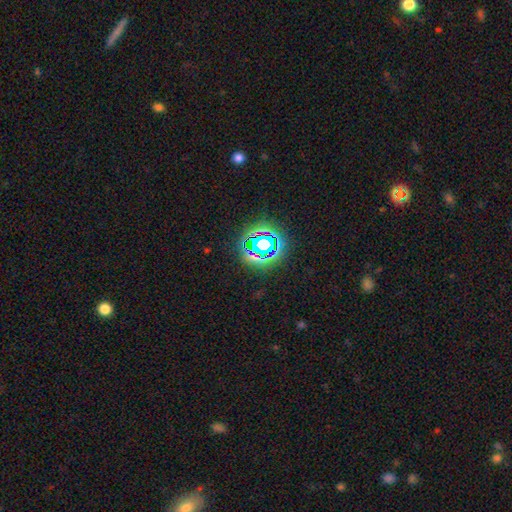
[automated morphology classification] smooth-or-featured: star or artifact: 67% | smooth: 21% | featured or disk: 12%